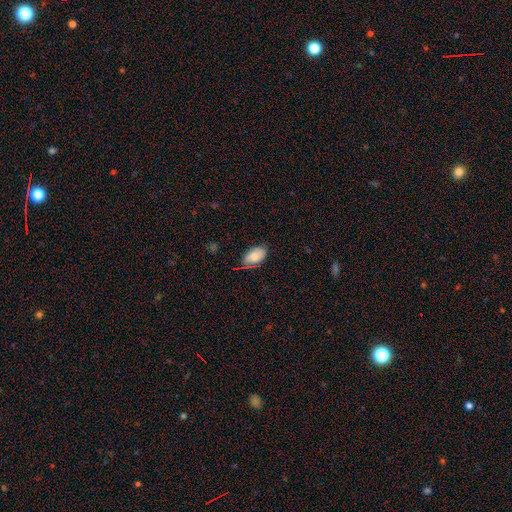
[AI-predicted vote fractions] Smooth or featured?
  - smooth: 74% *
  - featured or disk: 18%
  - star or artifact: 8%
How rounded?
  - in between: 93% *
  - round: 5%
  - cigar-shaped: 2%
Merging?
  - none: 67% *
  - minor disturbance: 26%
  - major disturbance: 5%
  - merger: 2%